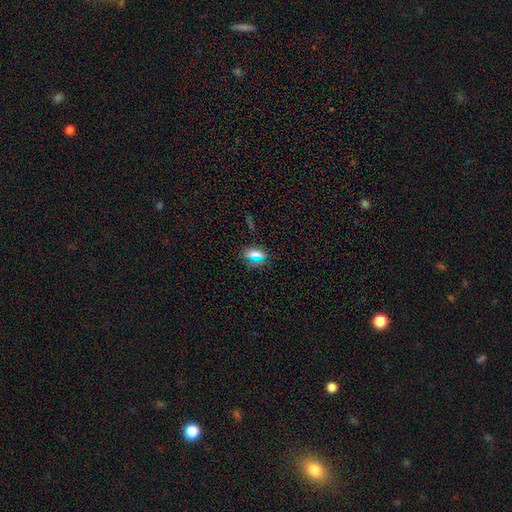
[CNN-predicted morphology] This appears to be a smooth galaxy with no disk features (62%) that is in between round and cigar-shaped (62%). Merging: none (82%).